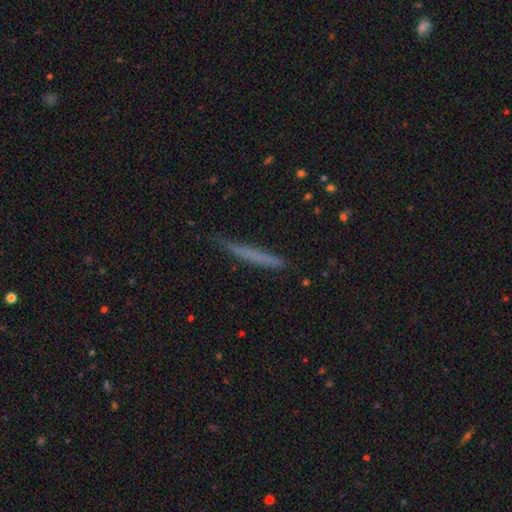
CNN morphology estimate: A smooth galaxy with no disk features (60%) that is cigar-shaped (96%).

Vote fractions:
- Smooth or featured? smooth: 60% / featured or disk: 31% / star or artifact: 9%
- How rounded? cigar-shaped: 96% / in between: 3% / round: 1%
- Merging? none: 82% / minor disturbance: 13% / major disturbance: 3% / merger: 1%